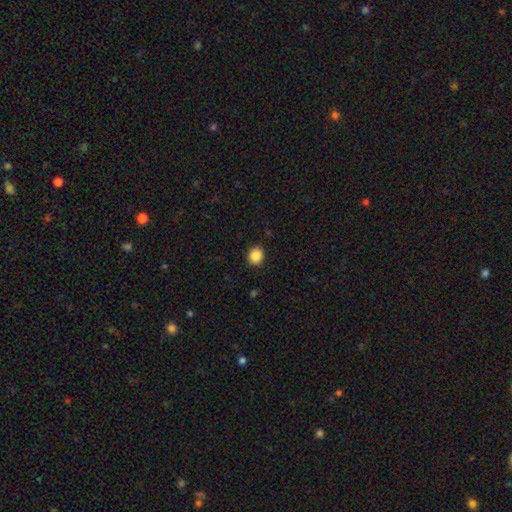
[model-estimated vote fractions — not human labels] smooth 88%, star or artifact 9%, featured or disk 3%. Down the decision tree: how rounded — round (81%); merging — none (90%).